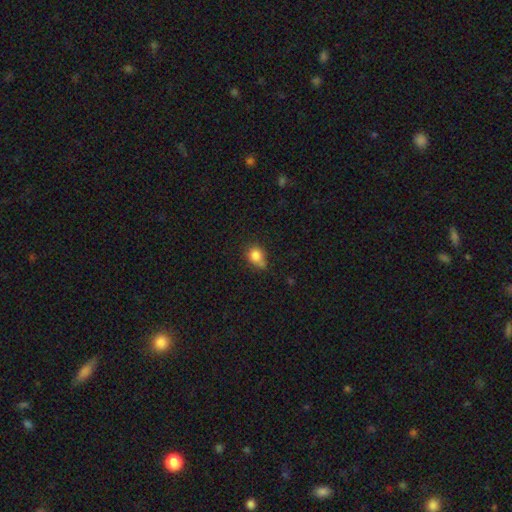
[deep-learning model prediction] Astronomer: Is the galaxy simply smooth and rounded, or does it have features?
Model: smooth — 81%.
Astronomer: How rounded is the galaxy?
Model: round — 57% (runner-up: in between, 41%).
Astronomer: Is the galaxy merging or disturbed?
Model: none — 42% (runner-up: minor disturbance, 38%).